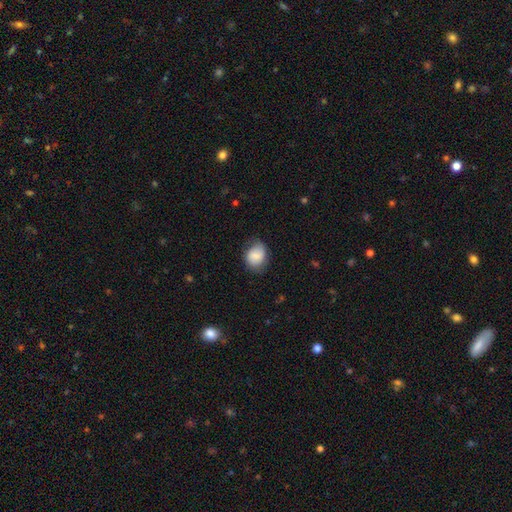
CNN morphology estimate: type=smooth (79%); roundness=round (50%); merging=none (66%).